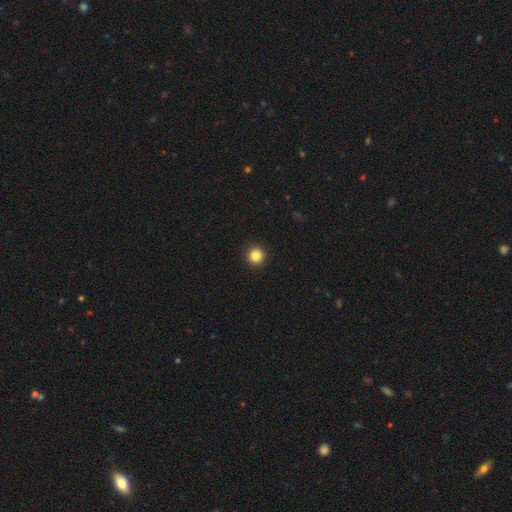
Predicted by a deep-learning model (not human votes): smooth-or-featured: smooth: 85% | star or artifact: 11% | featured or disk: 4%
  how-rounded: round: 96% | in between: 3% | cigar-shaped: 1%
  merging: none: 94% | minor disturbance: 4% | major disturbance: 1% | merger: 1%